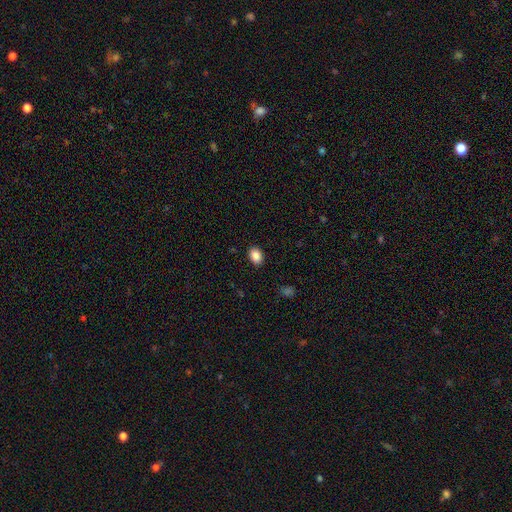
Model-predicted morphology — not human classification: Overall: smooth (88%). How rounded: in between (72%). Merging: none (89%).